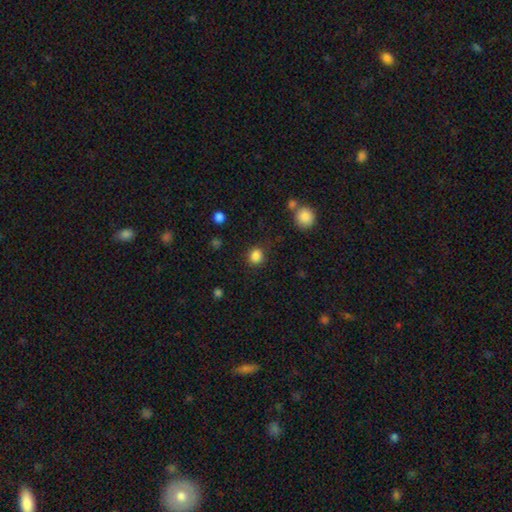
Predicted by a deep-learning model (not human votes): Smooth or featured?
  - smooth: 85% *
  - star or artifact: 11%
  - featured or disk: 3%
How rounded?
  - round: 84% *
  - in between: 16%
  - cigar-shaped: 1%
Merging?
  - none: 86% *
  - minor disturbance: 8%
  - major disturbance: 3%
  - merger: 2%